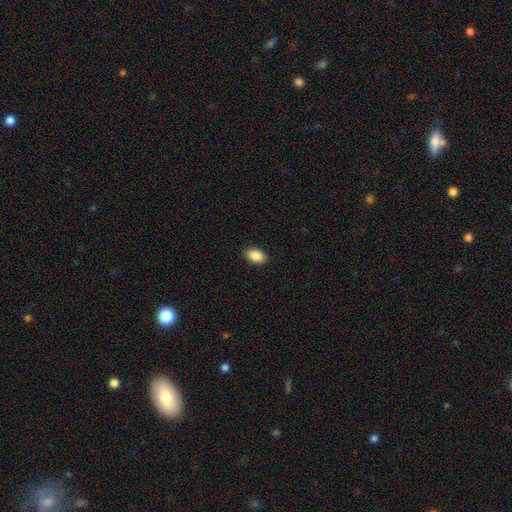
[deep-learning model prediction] Smooth or featured? Predicted: smooth (p=0.90). How rounded? Predicted: in between (p=0.91). Merging? Predicted: none (p=0.90).